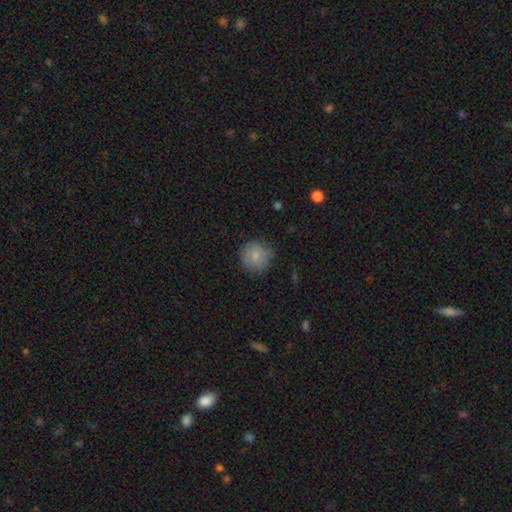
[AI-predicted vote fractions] The model was most divided on "merging": none: 80%, minor disturbance: 15%, major disturbance: 3%, merger: 1%. More confident: how rounded — round (93%); smooth or featured — smooth (79%).